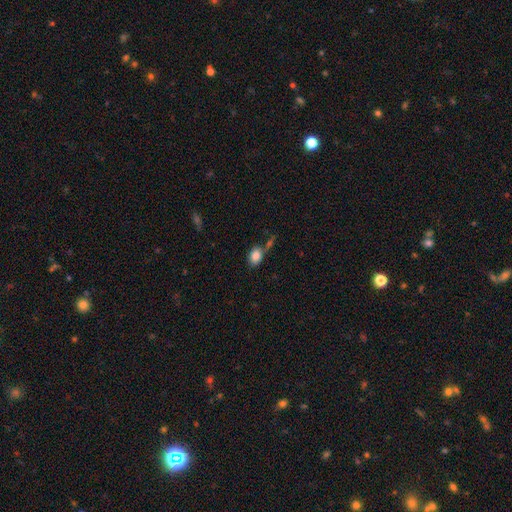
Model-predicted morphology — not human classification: A smooth galaxy with no disk features (85%) that is in between round and cigar-shaped (75%). Merging: none (60%).